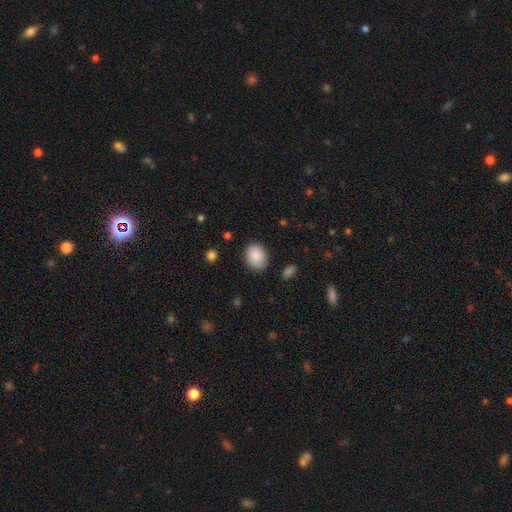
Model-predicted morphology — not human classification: This appears to be a smooth galaxy with no disk features (87%) that is in between round and cigar-shaped (55%). Merging: none (82%).